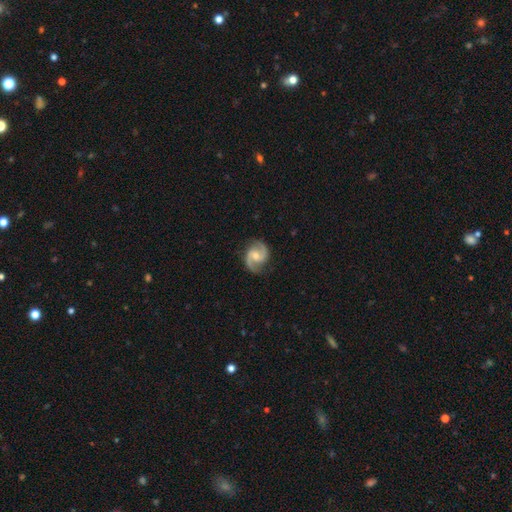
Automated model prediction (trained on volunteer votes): This is clearly a featured or disk galaxy (90%). It is clearly not viewed edge-on (98%). Bar: possibly weak (46%). Spiral arm pattern: clearly yes (98%). Spiral arm count: clearly 2 (94%). Spiral winding: possibly medium (60%). Central bulge: possibly moderate (55%). Merging: clearly none (84%).